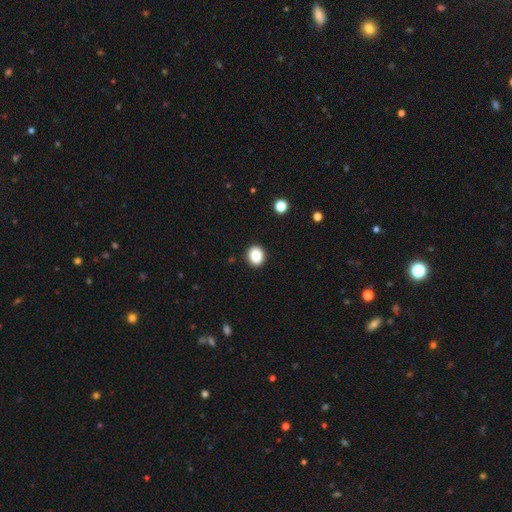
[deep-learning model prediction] Overall: smooth (87%). How rounded: round (71%). Merging: none (92%).